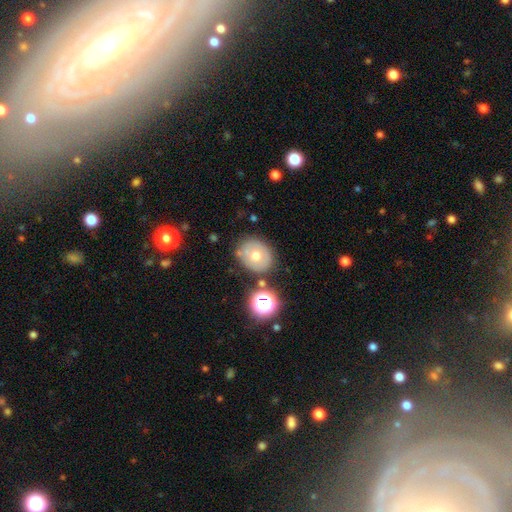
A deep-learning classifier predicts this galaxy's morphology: type=smooth (54%); roundness=round (66%); merging=none (75%).